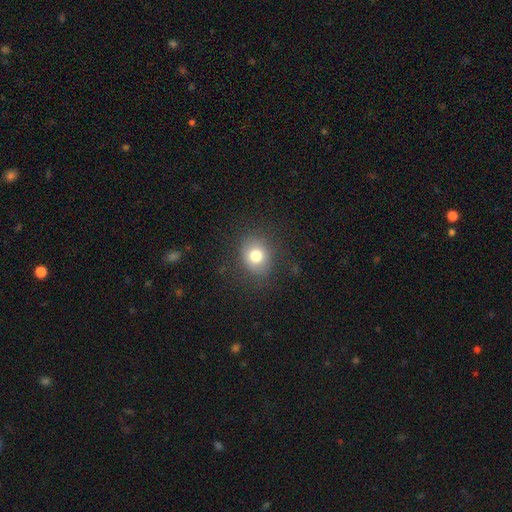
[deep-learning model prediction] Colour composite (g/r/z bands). It shows a smooth galaxy with no disk features (77%) that is round (69%). Merging: none (85%).